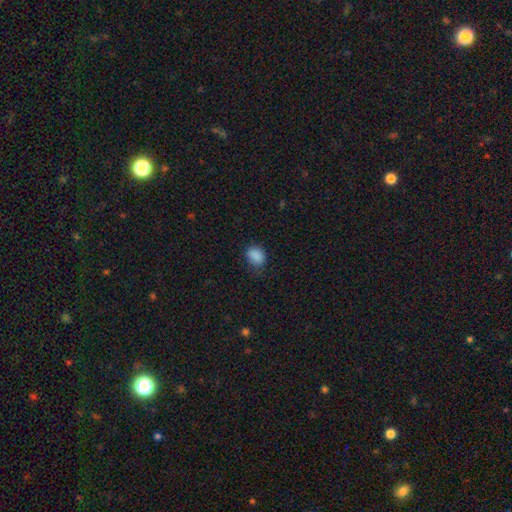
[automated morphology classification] Q: Smooth or featured?
A: smooth (87%); runner-up: star or artifact (9%)
Q: How rounded?
A: in between (63%); runner-up: round (36%)
Q: Merging?
A: none (73%); runner-up: minor disturbance (21%)